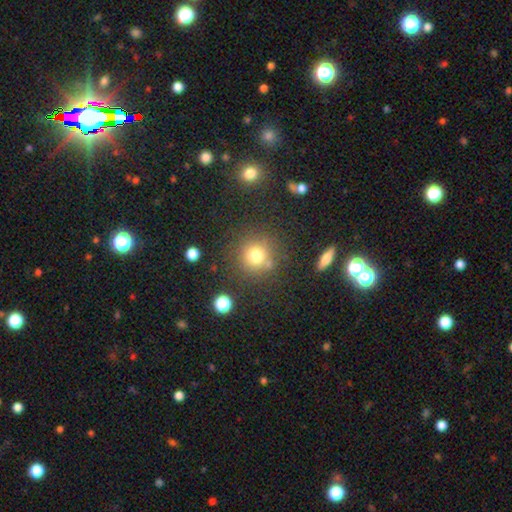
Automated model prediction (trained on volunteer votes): Smooth or featured: smooth — 76% (star or artifact — 15%)
How rounded: round — 92% (in between — 7%)
Merging: none — 79% (minor disturbance — 10%)